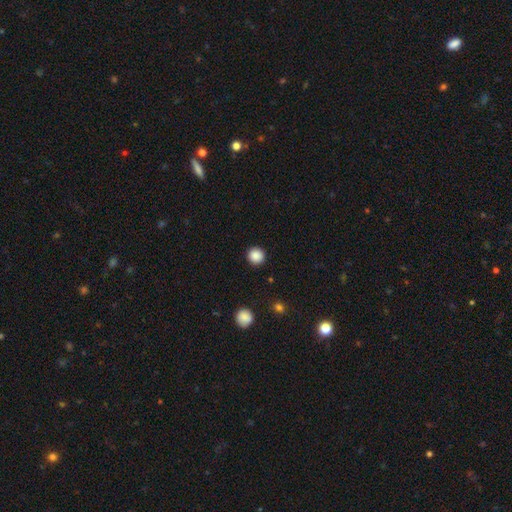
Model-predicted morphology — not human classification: smooth-or-featured: smooth: 88% | star or artifact: 10% | featured or disk: 3%
  how-rounded: round: 95% | in between: 4% | cigar-shaped: 1%
  merging: none: 92% | minor disturbance: 5% | major disturbance: 2% | merger: 1%